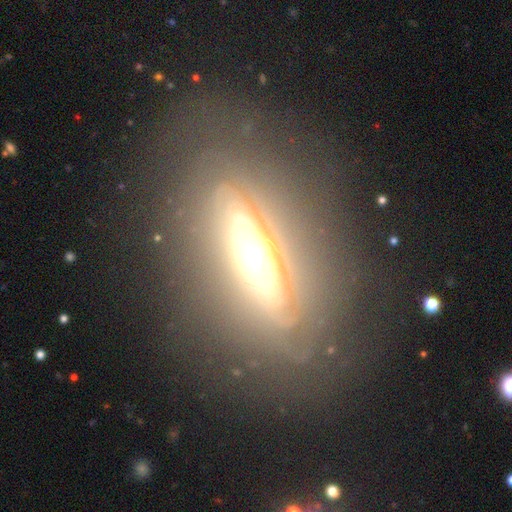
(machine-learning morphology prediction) A featured or disk galaxy (79%). Merging: none (74%).